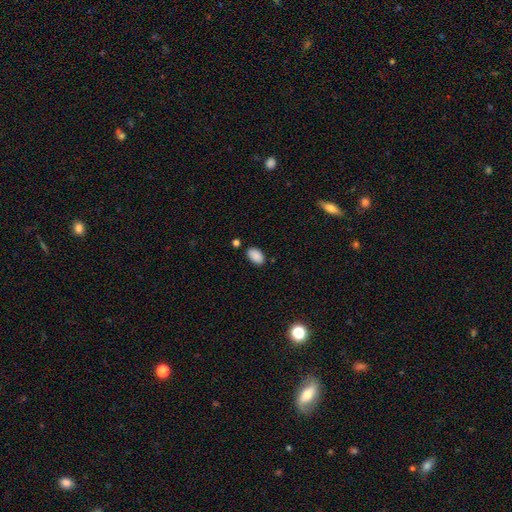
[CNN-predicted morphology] type=smooth (89%); roundness=in between (92%); merging=none (81%).